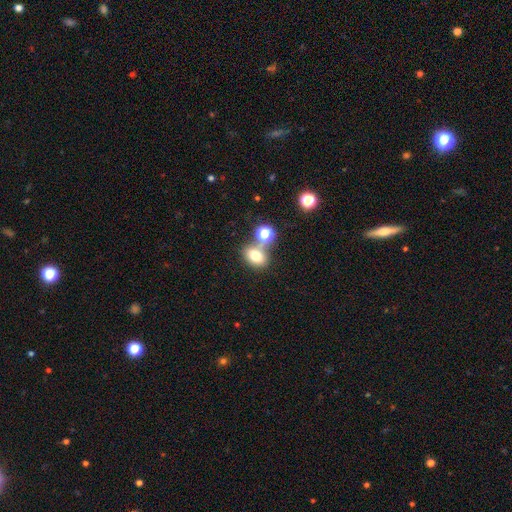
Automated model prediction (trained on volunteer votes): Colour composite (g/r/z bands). It shows a smooth galaxy with no disk features (74%) that is in between round and cigar-shaped (68%). Merging: none (54%).